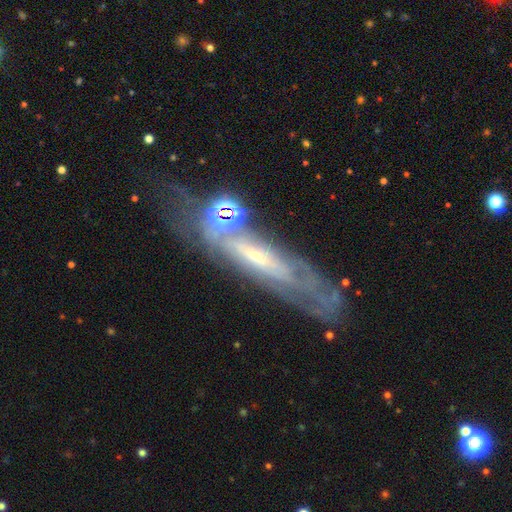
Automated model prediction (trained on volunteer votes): Smooth or featured? Predicted: featured or disk (p=0.77). Edge-on disk? Predicted: no (p=0.68). Bar? Predicted: no (p=0.59). Spiral arms? Predicted: yes (p=0.78). Bulge size? Predicted: small (p=0.73). Merging? Predicted: none (p=0.56).